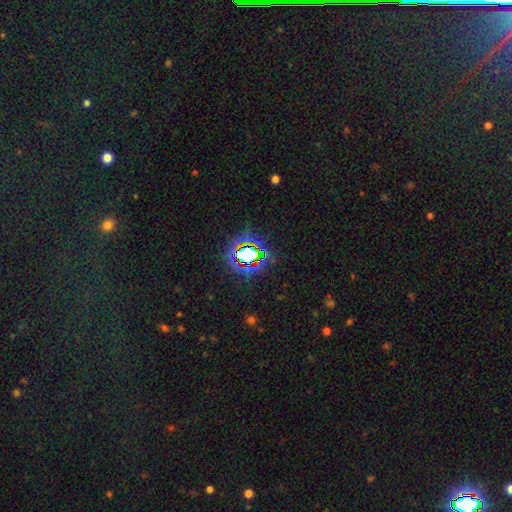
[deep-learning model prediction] Q: Smooth or featured?
A: star or artifact (72%); runner-up: smooth (17%)